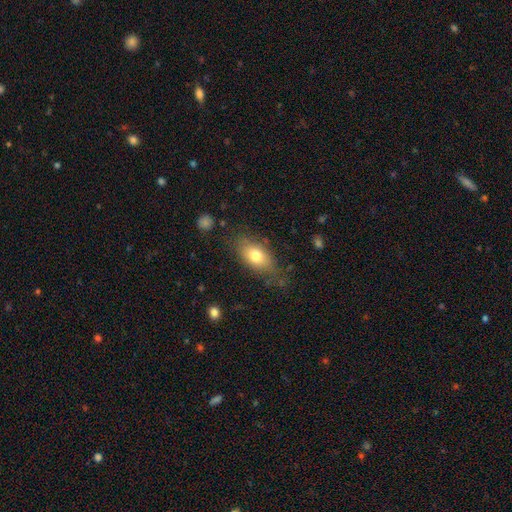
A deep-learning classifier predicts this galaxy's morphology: The model was most divided on "merging": none: 71%, minor disturbance: 19%, major disturbance: 7%, merger: 3%. More confident: how rounded — in between (85%); smooth or featured — smooth (75%).